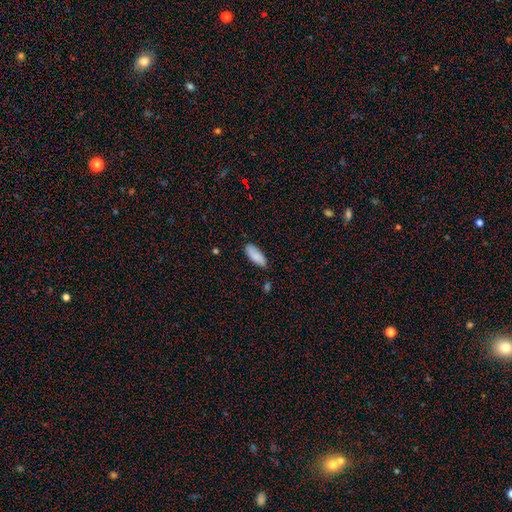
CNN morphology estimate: Smooth or featured?
  - smooth: 87% *
  - star or artifact: 6%
  - featured or disk: 6%
How rounded?
  - in between: 76% *
  - cigar-shaped: 23%
  - round: 2%
Merging?
  - none: 77% *
  - minor disturbance: 17%
  - major disturbance: 3%
  - merger: 2%